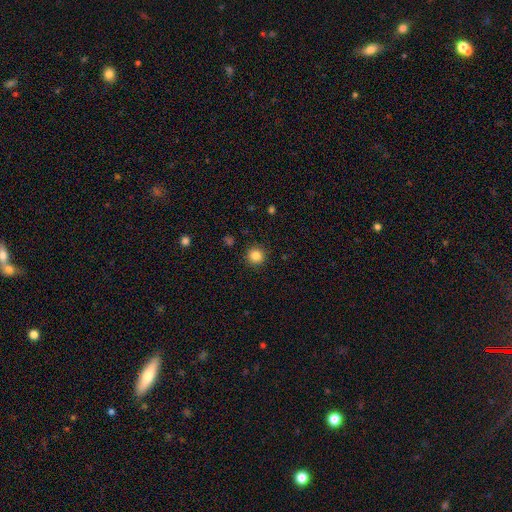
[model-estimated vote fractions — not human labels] This appears to be a smooth galaxy with no disk features (85%) that is round (94%). Merging: none (90%).